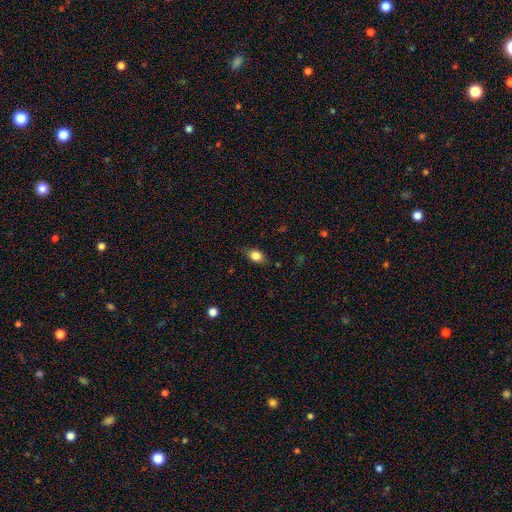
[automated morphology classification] Smooth or featured? Predicted: smooth (p=0.81). How rounded? Predicted: in between (p=0.69). Merging? Predicted: none (p=0.77).